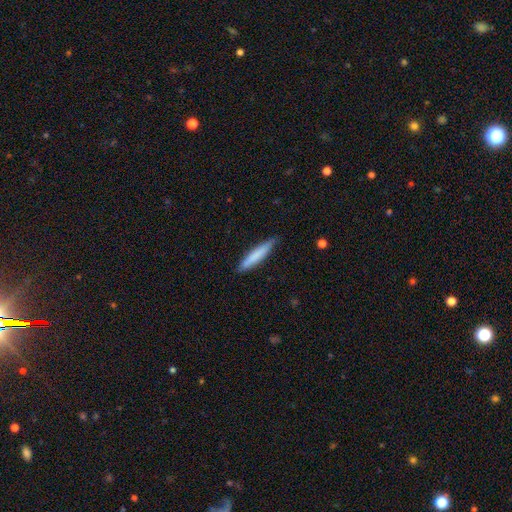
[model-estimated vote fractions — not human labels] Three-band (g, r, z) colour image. It shows a smooth galaxy with no disk features (77%) that is cigar-shaped (92%). Merging: none (85%).